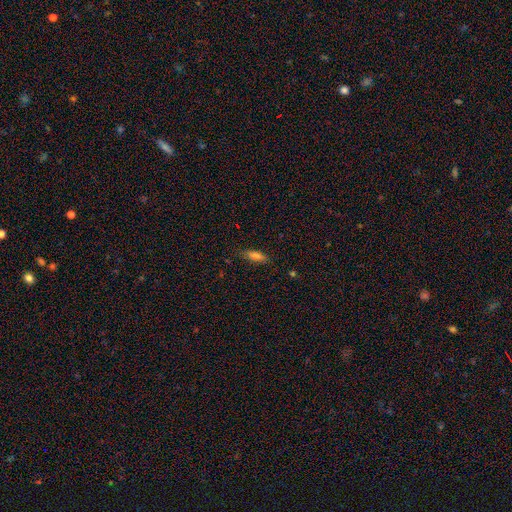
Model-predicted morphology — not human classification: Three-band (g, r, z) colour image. It shows a smooth galaxy with no disk features (76%) that is cigar-shaped (51%). Merging: none (82%).